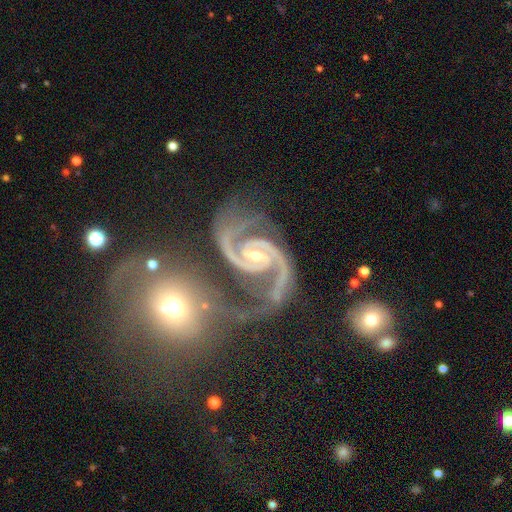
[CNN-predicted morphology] The model was most divided on "bar": no: 50%, weak: 33%, strong: 17%. More confident: spiral arms — yes (99%); edge-on disk — no (98%); smooth or featured — featured or disk (93%); spiral arm count — 2 (88%); bulge size — small (68%); spiral winding — medium (59%); merging — none (53%).